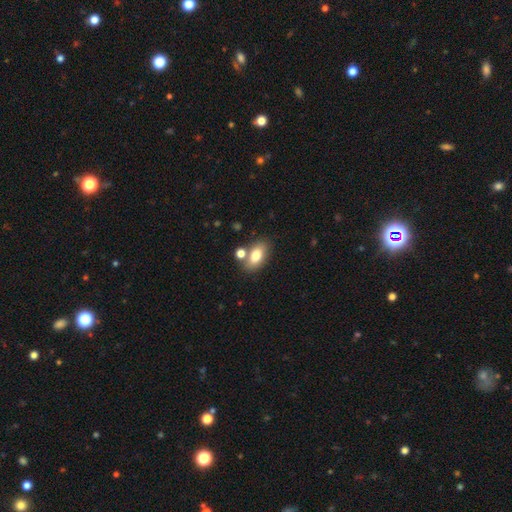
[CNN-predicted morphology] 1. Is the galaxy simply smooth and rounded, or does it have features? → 78% smooth, 14% featured or disk, 8% star or artifact.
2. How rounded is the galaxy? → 88% in between, 9% round, 4% cigar-shaped.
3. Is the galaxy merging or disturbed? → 66% none, 18% merger, 12% minor disturbance, 4% major disturbance.